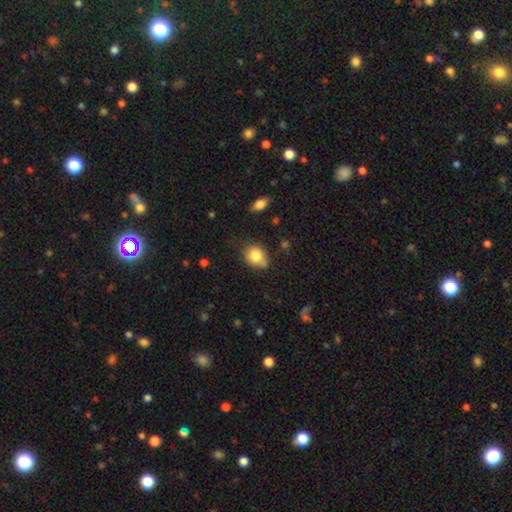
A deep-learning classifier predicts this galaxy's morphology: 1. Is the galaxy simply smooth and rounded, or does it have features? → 81% smooth, 9% star or artifact, 9% featured or disk.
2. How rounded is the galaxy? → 58% round, 41% in between, 1% cigar-shaped.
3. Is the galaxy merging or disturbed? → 62% none, 25% minor disturbance, 8% merger, 6% major disturbance.